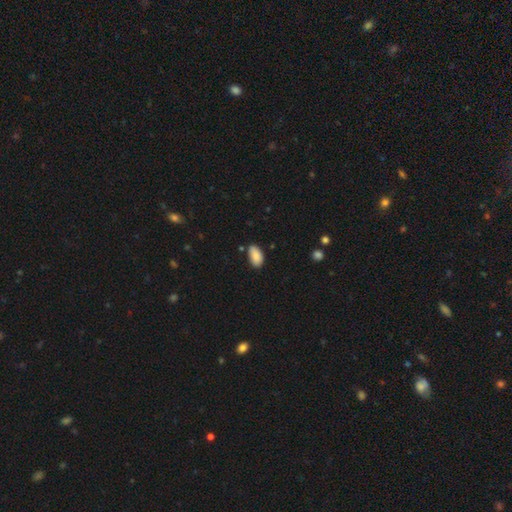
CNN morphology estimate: Q: Smooth or featured?
A: smooth (88%); runner-up: star or artifact (7%)
Q: How rounded?
A: in between (95%); runner-up: round (3%)
Q: Merging?
A: none (81%); runner-up: minor disturbance (15%)